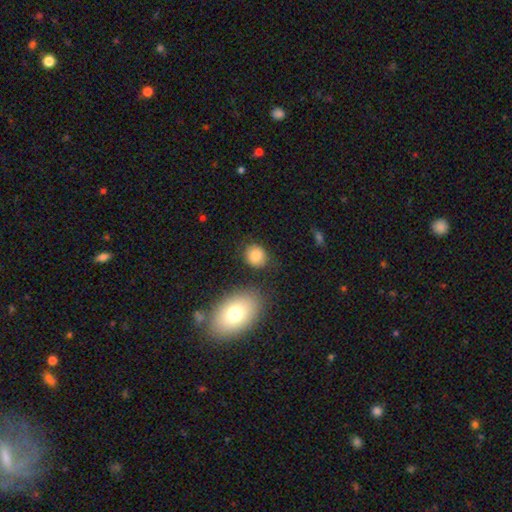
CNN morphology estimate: A smooth galaxy with no disk features (83%) that is round (70%).

Vote fractions:
- Smooth or featured? smooth: 83% / star or artifact: 9% / featured or disk: 8%
- How rounded? round: 70% / in between: 29% / cigar-shaped: 1%
- Merging? none: 80% / minor disturbance: 11% / merger: 4% / major disturbance: 4%